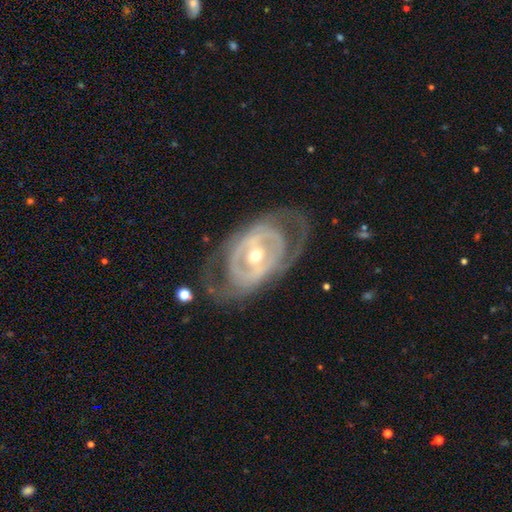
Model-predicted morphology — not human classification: smooth_or_featured: featured or disk (p=0.84) [alt: smooth p=0.11]
disk_edge_on: no (p=0.94) [alt: yes p=0.06]
bar: no (p=0.42) [alt: weak p=0.32]
has_spiral_arms: yes (p=0.65) [alt: no p=0.35]
spiral_winding: tight (p=0.58) [alt: medium p=0.29]
spiral_arm_count: 2 (p=0.51) [alt: can't tell p=0.31]
bulge_size: moderate (p=0.58) [alt: small p=0.37]
merging: none (p=0.70) [alt: minor disturbance p=0.16]